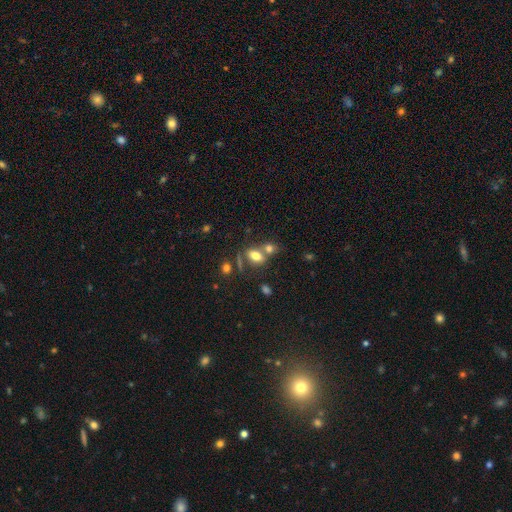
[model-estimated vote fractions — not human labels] Morphology: type=smooth (71%); roundness=in between (80%); merging=merger (45%).